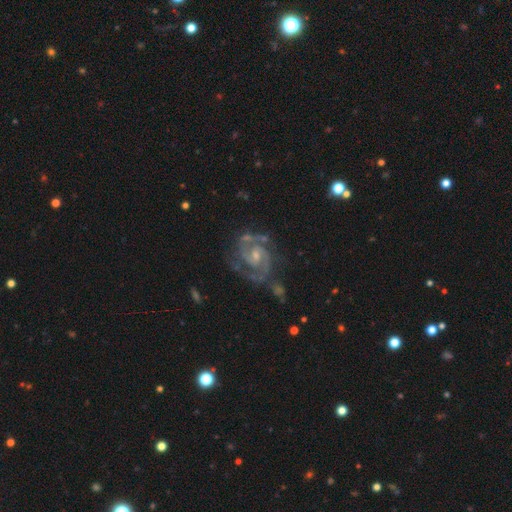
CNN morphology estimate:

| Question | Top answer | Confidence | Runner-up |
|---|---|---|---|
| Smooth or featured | featured or disk | 93% | star or artifact (5%) |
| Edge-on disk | no | 98% | yes (2%) |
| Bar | no | 45% | weak (43%) |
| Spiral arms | yes | 99% | no (1%) |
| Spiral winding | medium | 48% | tight (45%) |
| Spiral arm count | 2 | 88% | 3 (5%) |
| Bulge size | small | 56% | moderate (38%) |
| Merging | none | 69% | minor disturbance (19%) |